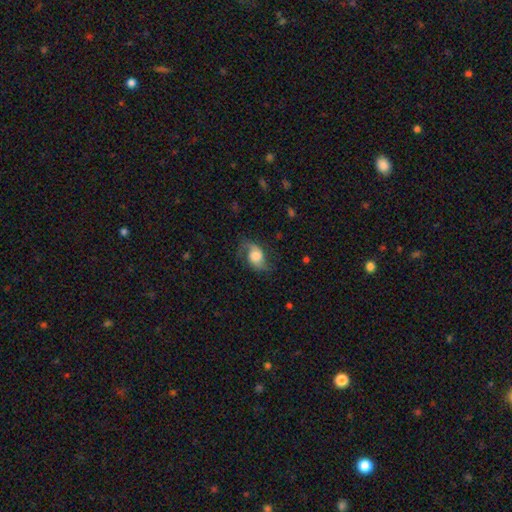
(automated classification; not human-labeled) Morphology: type=featured or disk (59%); edge-on=no (96%); bar=no (65%); spiral arms=yes (90%); winding=loose (58%); arm count=2 (79%); bulge=large (43%); merging=none (60%).